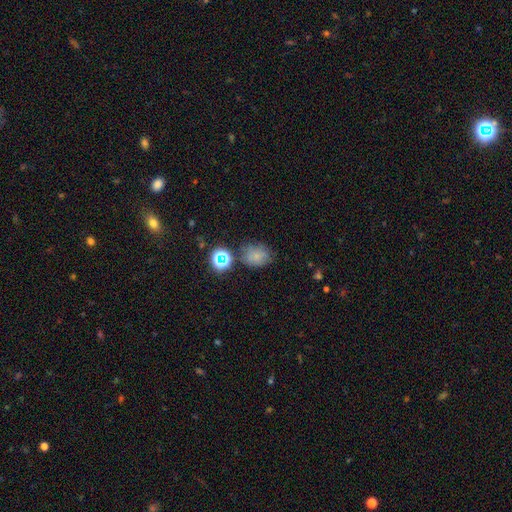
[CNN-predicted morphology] smooth_or_featured: smooth (p=0.68) [alt: star or artifact p=0.20]
how_rounded: round (p=0.55) [alt: in between p=0.44]
merging: none (p=0.63) [alt: minor disturbance p=0.20]